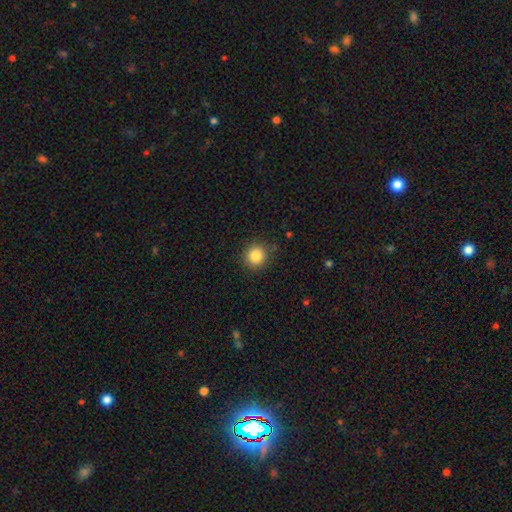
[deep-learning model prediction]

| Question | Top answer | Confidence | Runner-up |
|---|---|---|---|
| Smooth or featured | smooth | 84% | star or artifact (11%) |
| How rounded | round | 92% | in between (7%) |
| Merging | none | 88% | minor disturbance (8%) |